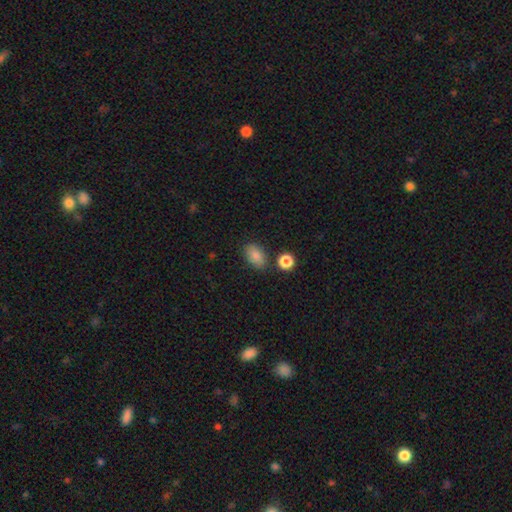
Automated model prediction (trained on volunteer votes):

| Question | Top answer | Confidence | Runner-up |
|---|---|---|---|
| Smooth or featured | smooth | 84% | star or artifact (9%) |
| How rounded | in between | 88% | round (10%) |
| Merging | none | 78% | minor disturbance (13%) |